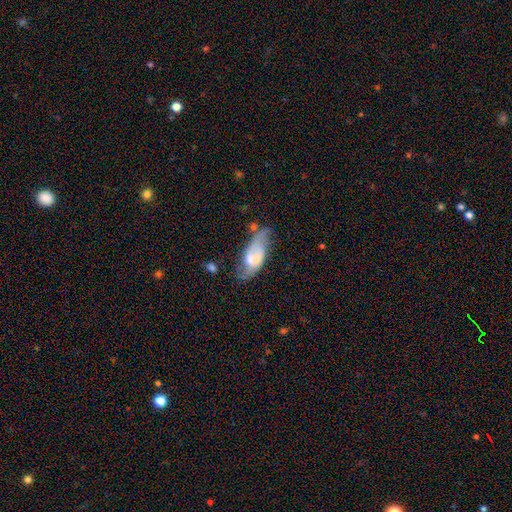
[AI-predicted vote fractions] The model was most divided on "bulge size": small: 41%, moderate: 32%, none: 17%, large: 8%, dominant: 2%. Remaining: edge-on disk — no (90%); spiral arms — yes (77%); smooth or featured — featured or disk (58%); bar — no (50%); merging — none (40%).